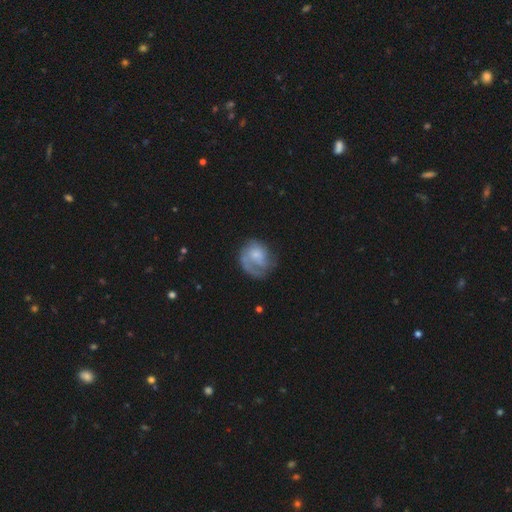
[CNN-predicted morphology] This is possibly a featured or disk galaxy (50%). It is clearly not viewed edge-on (98%). Merging: possibly none (46%).